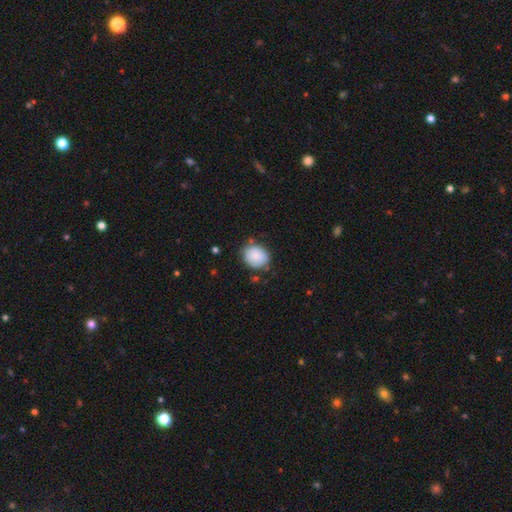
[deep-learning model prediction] A smooth galaxy with no disk features (87%) that is round (60%). Merging: none (73%).